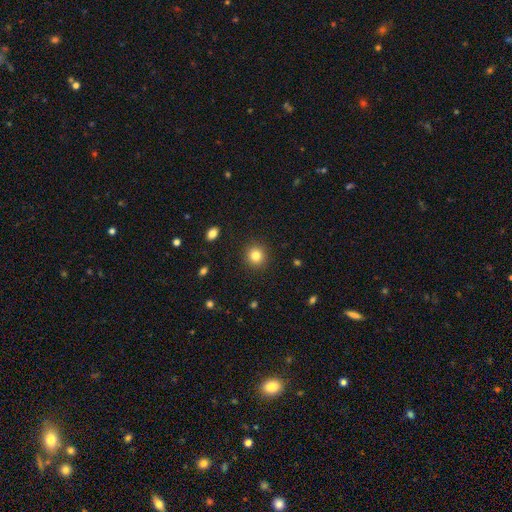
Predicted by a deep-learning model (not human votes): Overall: smooth (82%). How rounded: round (90%). Merging: none (91%).